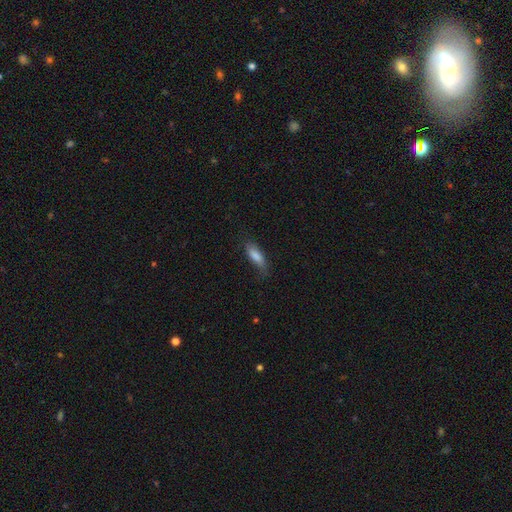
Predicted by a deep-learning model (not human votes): Smooth or featured? smooth (82%)
How rounded? in between (64%)
Merging? none (63%)